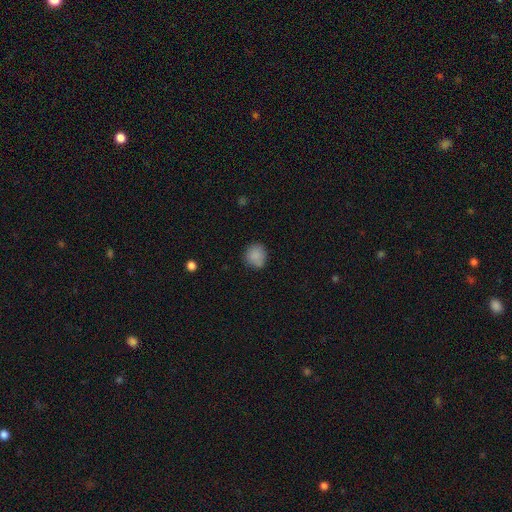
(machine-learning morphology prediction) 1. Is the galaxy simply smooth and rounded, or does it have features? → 86% smooth, 9% star or artifact, 5% featured or disk.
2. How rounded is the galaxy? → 80% round, 19% in between, 1% cigar-shaped.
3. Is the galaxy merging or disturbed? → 75% none, 19% minor disturbance, 4% major disturbance, 2% merger.